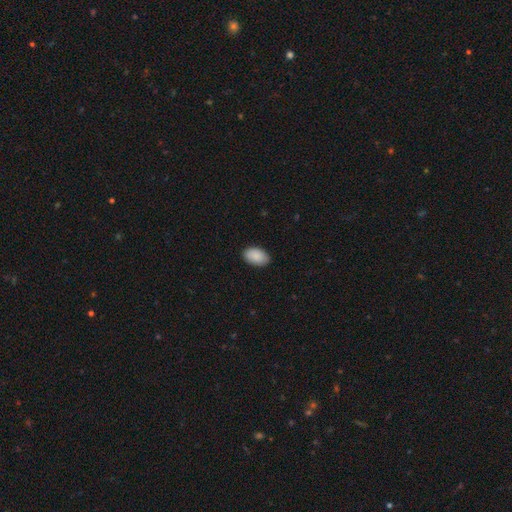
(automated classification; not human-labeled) smooth-or-featured: smooth: 90% | star or artifact: 6% | featured or disk: 4%
  how-rounded: in between: 93% | round: 6% | cigar-shaped: 1%
  merging: none: 88% | minor disturbance: 9% | major disturbance: 2% | merger: 1%